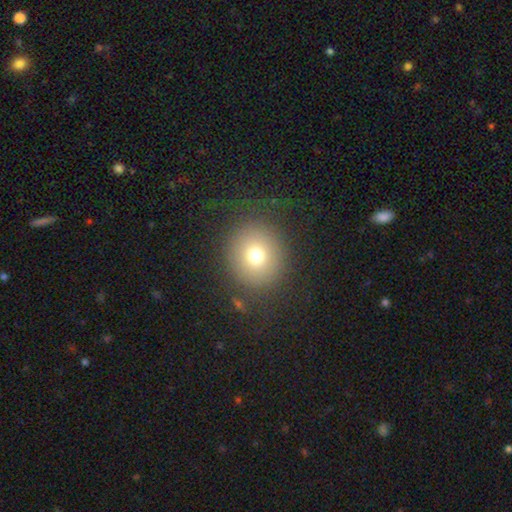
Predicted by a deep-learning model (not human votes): Q: Smooth or featured?
A: smooth (73%); runner-up: featured or disk (13%)
Q: How rounded?
A: round (87%); runner-up: in between (12%)
Q: Merging?
A: none (82%); runner-up: minor disturbance (10%)